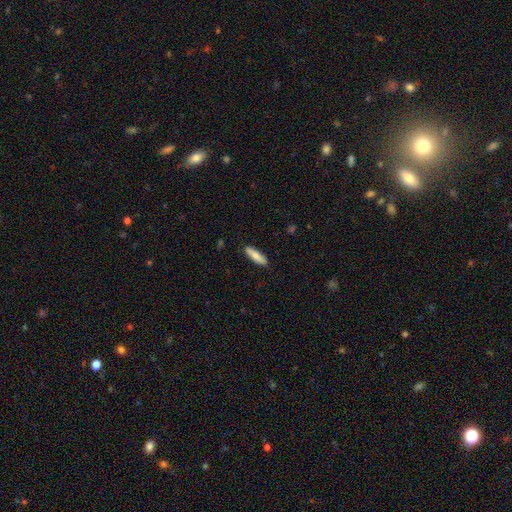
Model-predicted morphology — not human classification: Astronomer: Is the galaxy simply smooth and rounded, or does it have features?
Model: smooth — 76%.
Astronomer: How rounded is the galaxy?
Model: cigar-shaped — 67%.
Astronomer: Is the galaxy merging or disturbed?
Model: none — 88%.